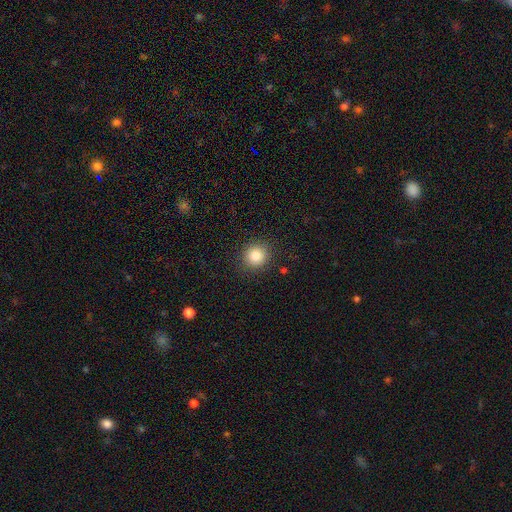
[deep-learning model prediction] Q: Smooth or featured?
A: smooth (85%); runner-up: star or artifact (10%)
Q: How rounded?
A: round (90%); runner-up: in between (9%)
Q: Merging?
A: none (89%); runner-up: minor disturbance (7%)